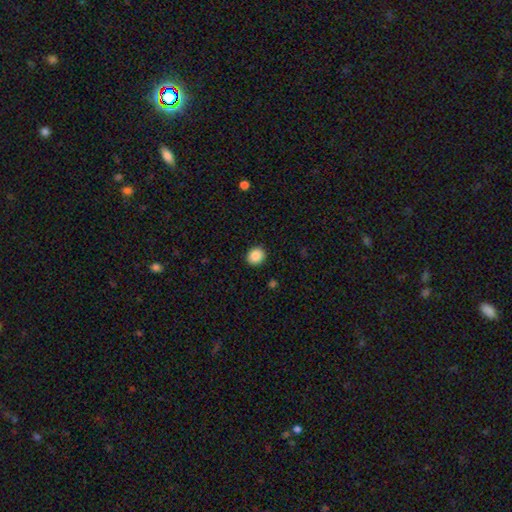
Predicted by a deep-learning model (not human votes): This appears to be a smooth galaxy with no disk features (88%) that is round (81%). Merging: none (92%).